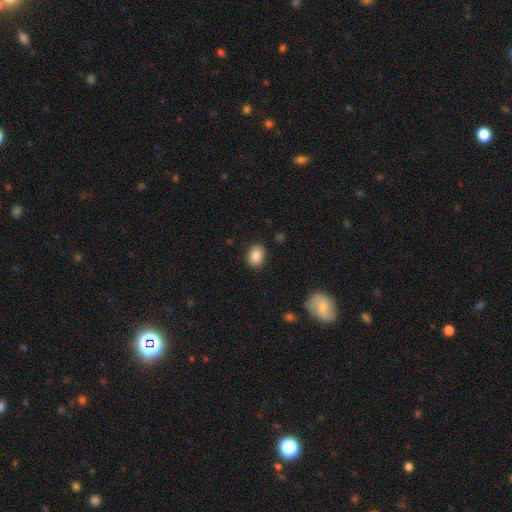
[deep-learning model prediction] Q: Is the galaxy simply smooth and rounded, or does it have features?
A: smooth — 87%.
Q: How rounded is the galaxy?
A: in between — 57%.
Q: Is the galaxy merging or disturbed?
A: none — 87%.